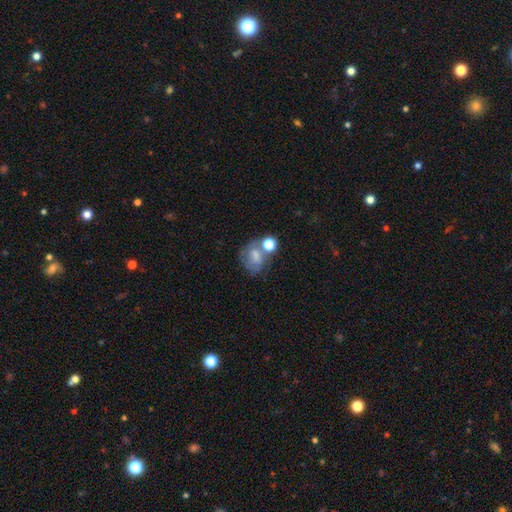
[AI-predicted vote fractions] This is possibly a smooth galaxy (60%). How rounded: possibly round (52%). Merging: marginally none (35%).